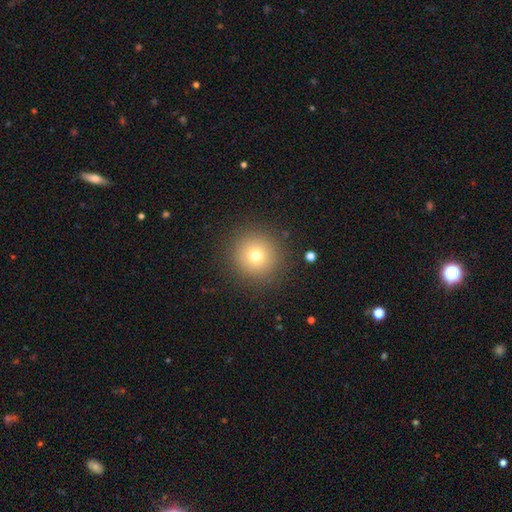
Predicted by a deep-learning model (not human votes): smooth_or_featured: smooth (p=0.74) [alt: star or artifact p=0.14]
how_rounded: round (p=0.96) [alt: in between p=0.03]
merging: none (p=0.90) [alt: minor disturbance p=0.06]